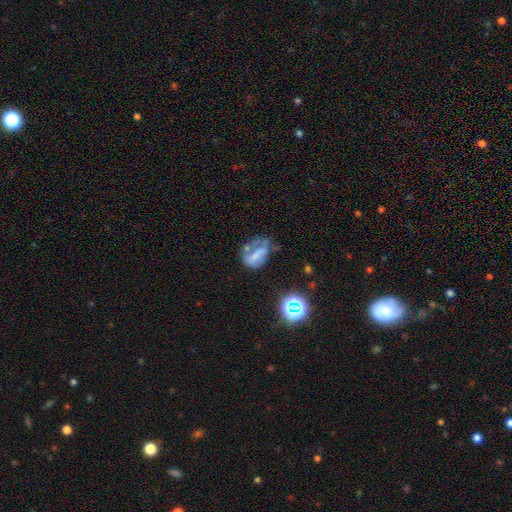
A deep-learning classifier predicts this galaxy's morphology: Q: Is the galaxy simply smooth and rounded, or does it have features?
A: featured or disk — 42%.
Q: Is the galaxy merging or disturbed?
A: major disturbance — 34%.